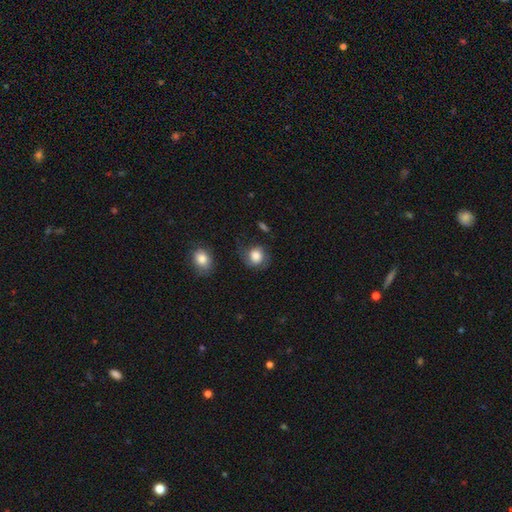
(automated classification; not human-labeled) A smooth galaxy with no disk features (71%) that is round (73%). Merging: none (52%).